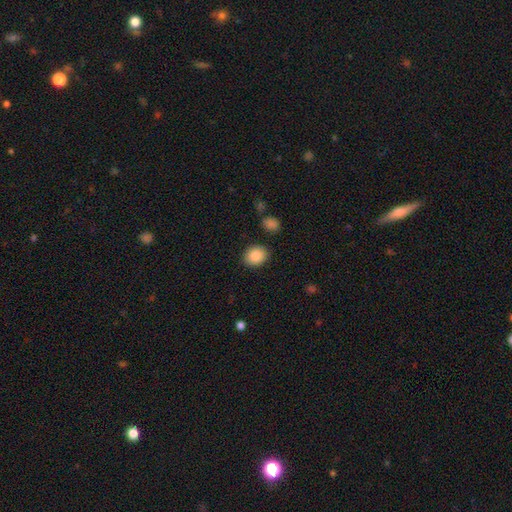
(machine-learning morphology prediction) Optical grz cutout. It shows a smooth galaxy with no disk features (87%) that is in between round and cigar-shaped (51%). Merging: none (86%).